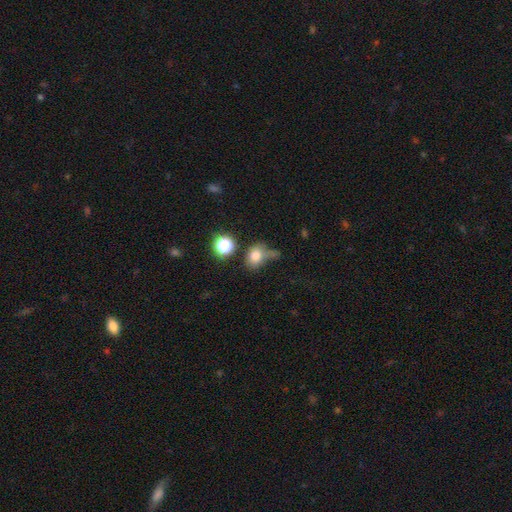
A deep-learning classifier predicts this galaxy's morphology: Q: Smooth or featured?
A: smooth (77%); runner-up: star or artifact (14%)
Q: How rounded?
A: in between (53%); runner-up: round (46%)
Q: Merging?
A: none (47%); runner-up: minor disturbance (23%)